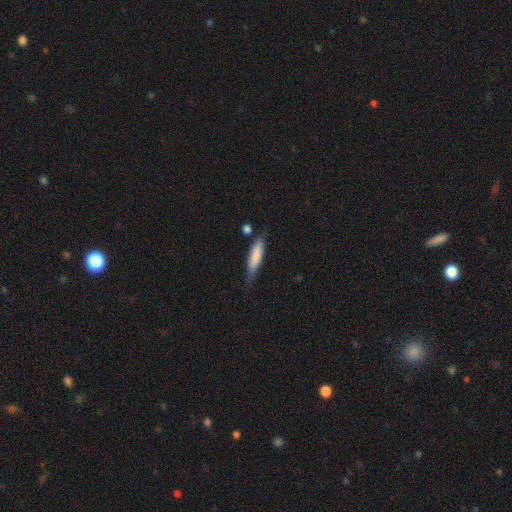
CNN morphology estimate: Smooth or featured? smooth (71%)
How rounded? cigar-shaped (77%)
Merging? none (66%)